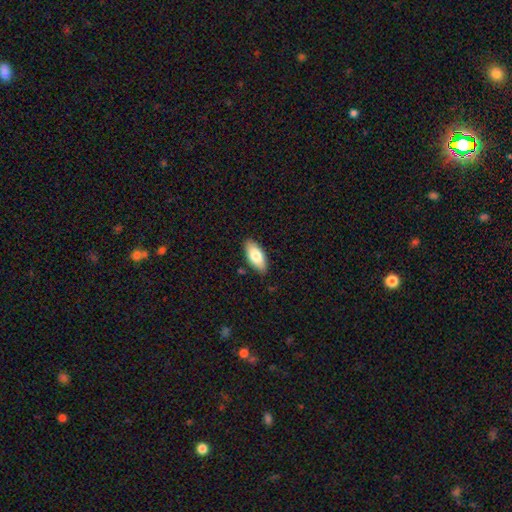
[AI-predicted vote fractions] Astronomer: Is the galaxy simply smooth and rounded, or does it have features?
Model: smooth — 78%.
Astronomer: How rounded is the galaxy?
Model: in between — 88%.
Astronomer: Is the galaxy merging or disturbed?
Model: none — 86%.